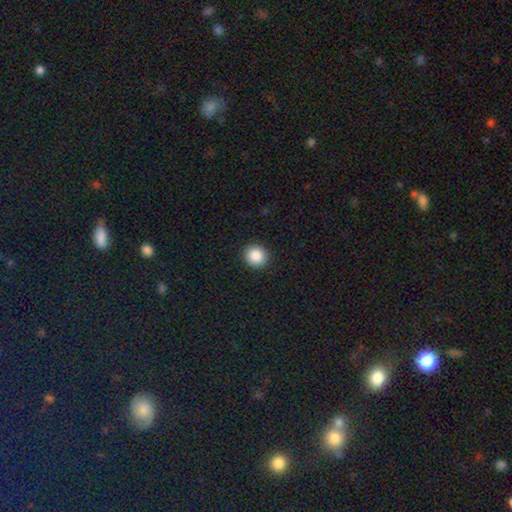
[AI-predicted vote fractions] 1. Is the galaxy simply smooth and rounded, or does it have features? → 87% smooth, 9% star or artifact, 3% featured or disk.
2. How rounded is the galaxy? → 91% round, 8% in between, 1% cigar-shaped.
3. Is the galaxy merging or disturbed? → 92% none, 5% minor disturbance, 2% major disturbance, 1% merger.